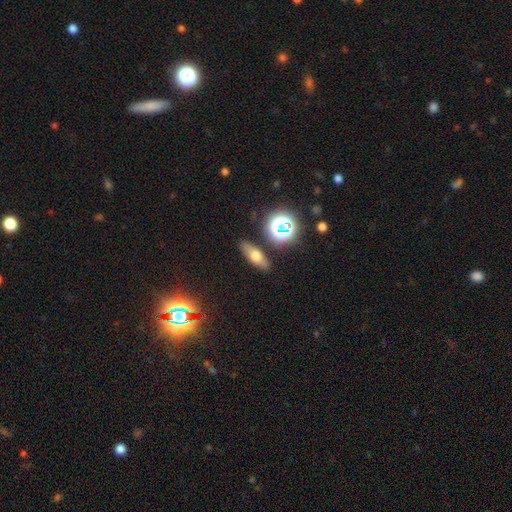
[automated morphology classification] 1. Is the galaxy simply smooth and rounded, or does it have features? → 59% smooth, 24% featured or disk, 17% star or artifact.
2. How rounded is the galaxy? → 62% in between, 27% cigar-shaped, 11% round.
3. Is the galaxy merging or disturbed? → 85% none, 9% minor disturbance, 3% merger, 3% major disturbance.